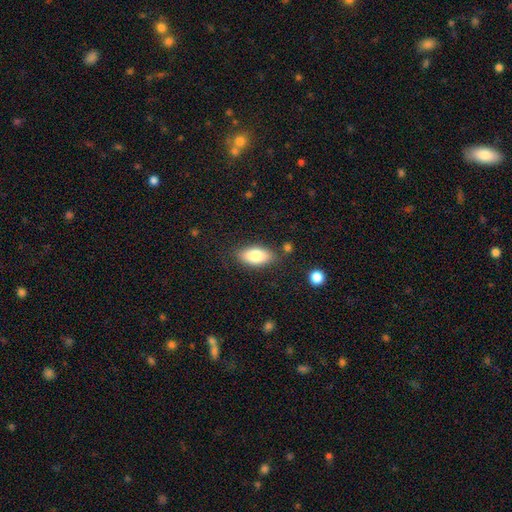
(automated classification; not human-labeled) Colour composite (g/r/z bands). It shows a smooth galaxy with no disk features (79%) that is in between round and cigar-shaped (90%). Merging: none (80%).